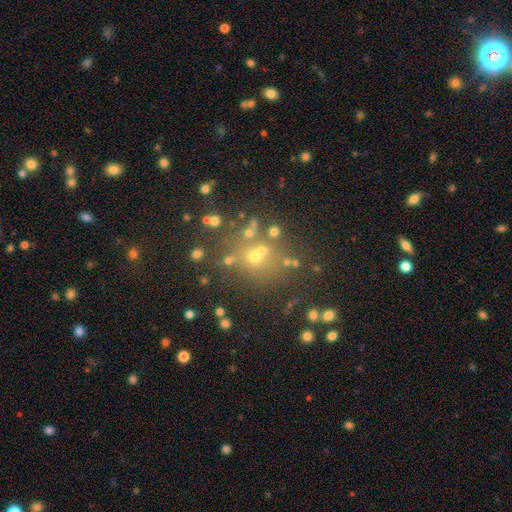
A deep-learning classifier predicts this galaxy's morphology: This is marginally a smooth galaxy (45%). Merging: likely none (64%).